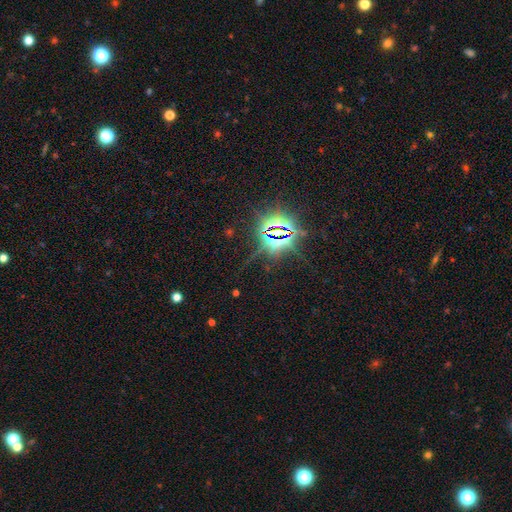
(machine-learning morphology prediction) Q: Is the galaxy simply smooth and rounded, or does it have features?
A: star or artifact — 83%.